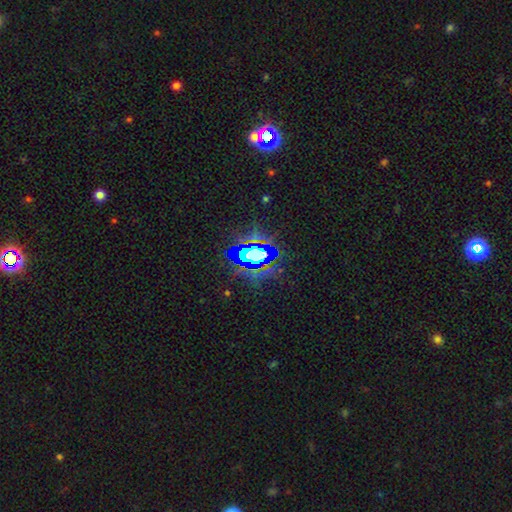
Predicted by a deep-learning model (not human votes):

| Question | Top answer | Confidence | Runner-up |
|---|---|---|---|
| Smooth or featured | star or artifact | 62% | featured or disk (20%) |